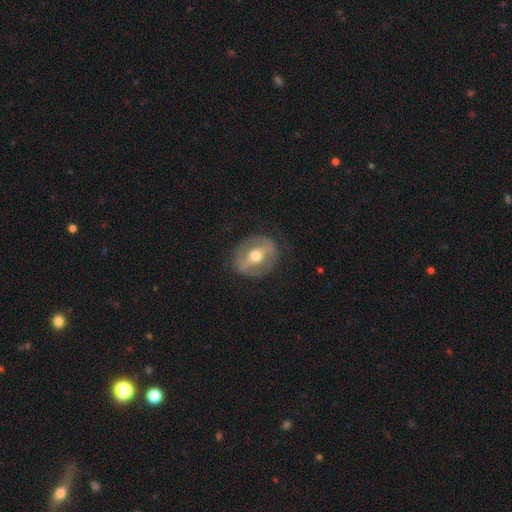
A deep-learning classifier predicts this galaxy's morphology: A featured or disk galaxy (67%) with a strong bar (50%), no spiral arms (66%) and a moderate central bulge (75%). Merging: none (83%).